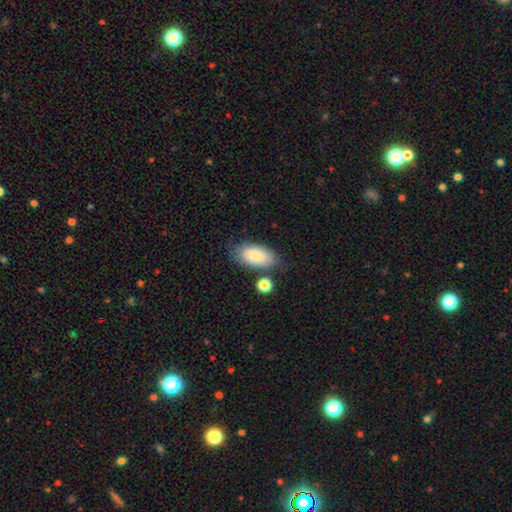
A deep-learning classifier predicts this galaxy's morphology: smooth_or_featured: smooth (p=0.83) [alt: featured or disk p=0.10]
how_rounded: in between (p=0.93) [alt: round p=0.04]
merging: none (p=0.70) [alt: minor disturbance p=0.17]